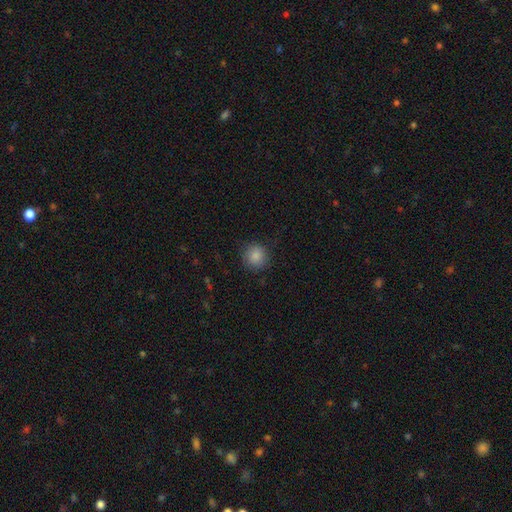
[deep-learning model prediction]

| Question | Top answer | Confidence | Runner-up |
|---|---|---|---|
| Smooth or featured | smooth | 86% | star or artifact (10%) |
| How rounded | round | 91% | in between (8%) |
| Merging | none | 86% | minor disturbance (10%) |